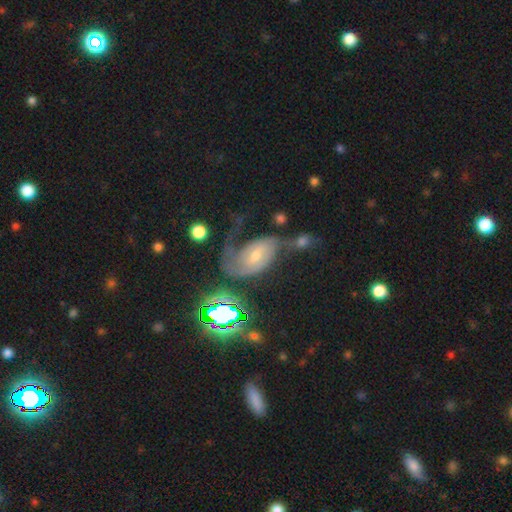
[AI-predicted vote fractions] Smooth or featured? Predicted: featured or disk (p=0.72). Edge-on disk? Predicted: no (p=0.96). Bar? Predicted: no (p=0.51). Spiral arms? Predicted: yes (p=0.91). Spiral winding? Predicted: medium (p=0.40). Spiral arm count? Predicted: 2 (p=0.61). Bulge size? Predicted: small (p=0.50). Merging? Predicted: none (p=0.34, tied with major disturbance).